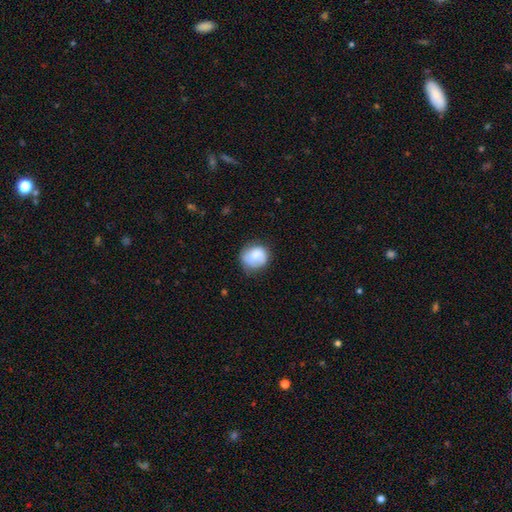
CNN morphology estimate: This appears to be a smooth galaxy with no disk features (76%) that is round (77%). Merging: none (66%).